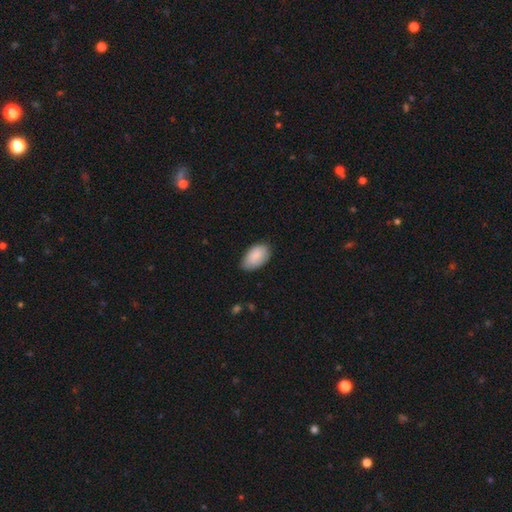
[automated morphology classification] Smooth or featured?
  - smooth: 88% *
  - featured or disk: 7%
  - star or artifact: 6%
How rounded?
  - in between: 94% *
  - round: 4%
  - cigar-shaped: 1%
Merging?
  - none: 73% *
  - minor disturbance: 23%
  - major disturbance: 3%
  - merger: 1%